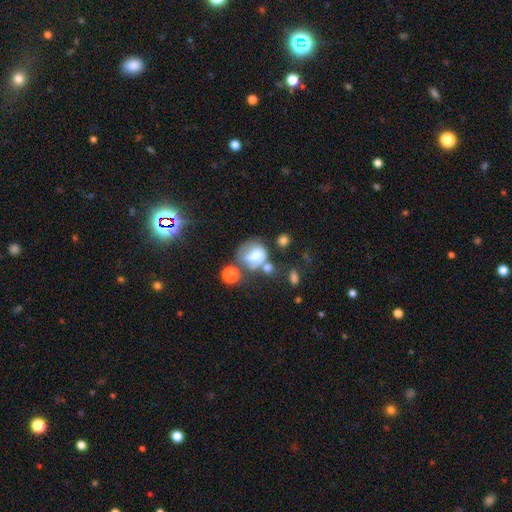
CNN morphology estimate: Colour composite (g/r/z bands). It shows a smooth galaxy with no disk features (59%) that is round (65%). Merging: merger (30%).